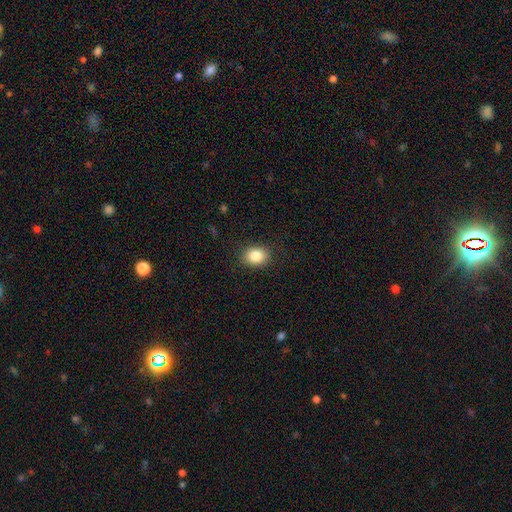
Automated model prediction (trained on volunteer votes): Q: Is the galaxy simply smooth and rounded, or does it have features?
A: smooth — 85%.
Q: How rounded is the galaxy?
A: in between — 52%.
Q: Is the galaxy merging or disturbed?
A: none — 87%.